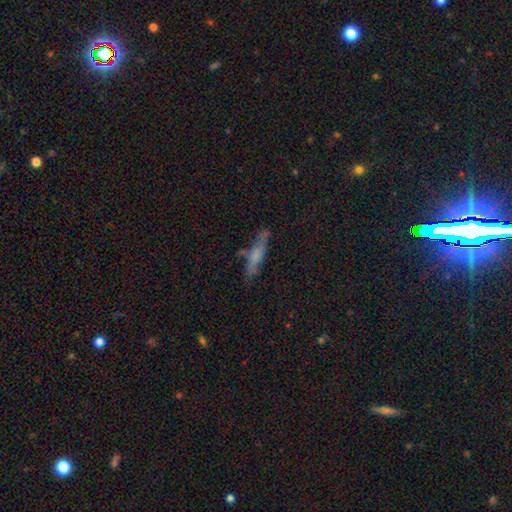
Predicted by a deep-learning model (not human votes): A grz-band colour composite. It shows a smooth galaxy with no disk features (61%) that is cigar-shaped (84%). Merging: none (68%).